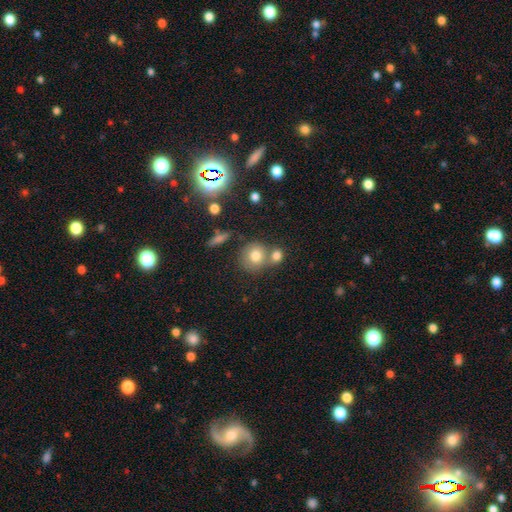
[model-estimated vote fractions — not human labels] smooth 76%, featured or disk 12%, star or artifact 12%. Down the decision tree: how rounded — round (82%); merging — none (51%).